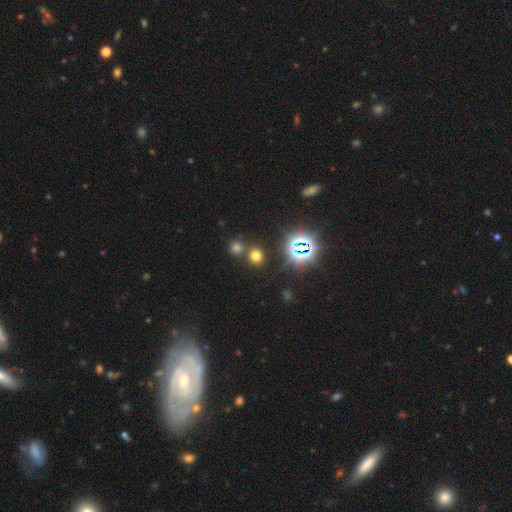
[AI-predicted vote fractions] This is likely a smooth galaxy (63%). How rounded: clearly round (85%). Merging: likely none (71%).